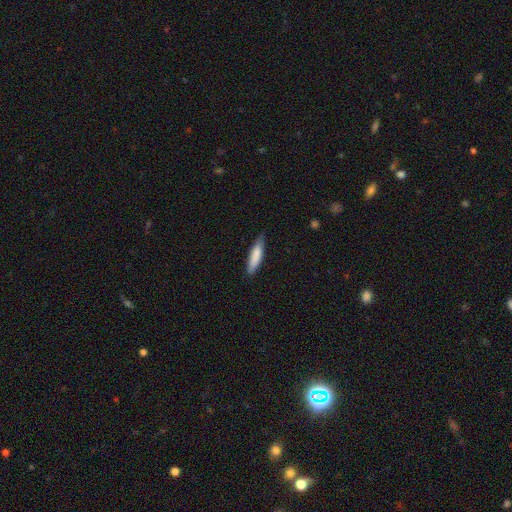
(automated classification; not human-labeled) The model was most divided on "how rounded": cigar-shaped: 74%, in between: 24%, round: 1%. More confident: smooth or featured — smooth (81%); merging — none (79%).